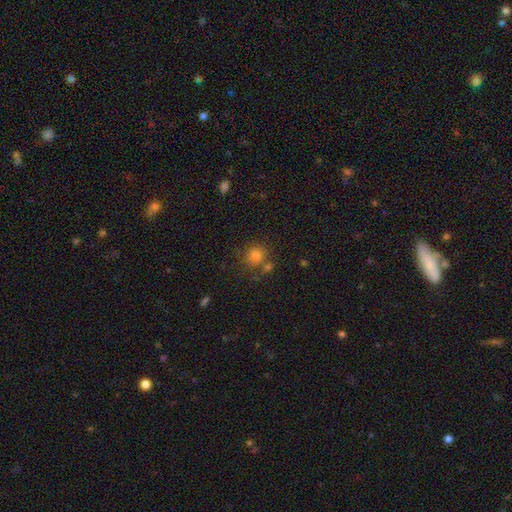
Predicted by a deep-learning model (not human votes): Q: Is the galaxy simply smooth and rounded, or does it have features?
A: smooth — 77%.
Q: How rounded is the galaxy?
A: round — 89%.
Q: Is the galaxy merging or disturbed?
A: none — 70%.